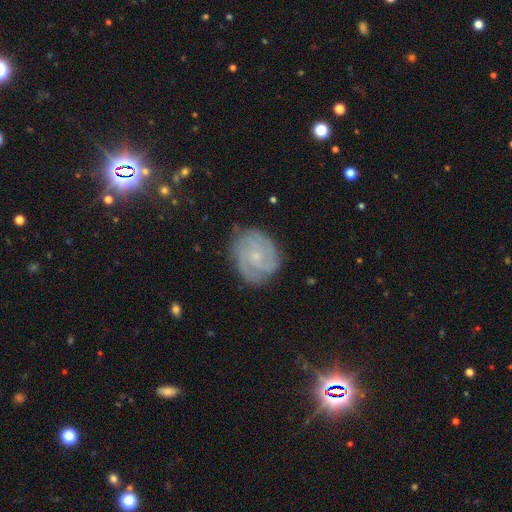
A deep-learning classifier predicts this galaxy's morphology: Smooth or featured: featured or disk — 79% (smooth — 14%)
Edge-on disk: no — 98% (yes — 2%)
Bar: no — 71% (weak — 25%)
Spiral arms: yes — 95% (no — 5%)
Spiral winding: tight — 62% (medium — 31%)
Spiral arm count: 3 — 27% (2 — 26%)
Bulge size: small — 80% (moderate — 14%)
Merging: none — 81% (minor disturbance — 14%)